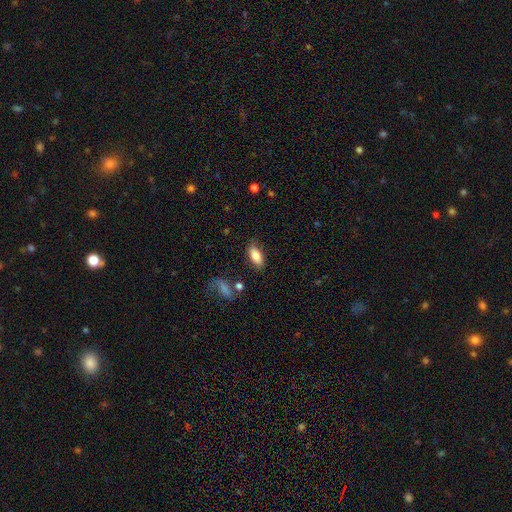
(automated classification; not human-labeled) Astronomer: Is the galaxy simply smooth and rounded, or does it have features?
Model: smooth — 81%.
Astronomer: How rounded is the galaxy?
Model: in between — 87%.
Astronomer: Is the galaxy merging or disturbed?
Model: none — 79%.